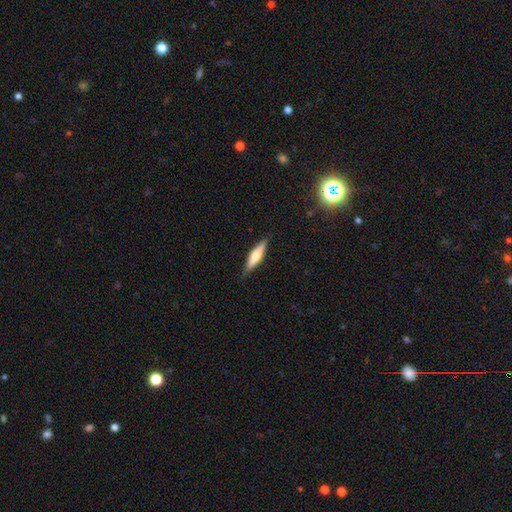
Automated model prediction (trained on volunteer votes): smooth_or_featured: featured or disk (p=0.52) [alt: smooth p=0.42]
disk_edge_on: yes (p=0.96) [alt: no p=0.04]
edge_on_bulge: rounded (p=0.83) [alt: boxy p=0.11]
merging: none (p=0.88) [alt: minor disturbance p=0.09]